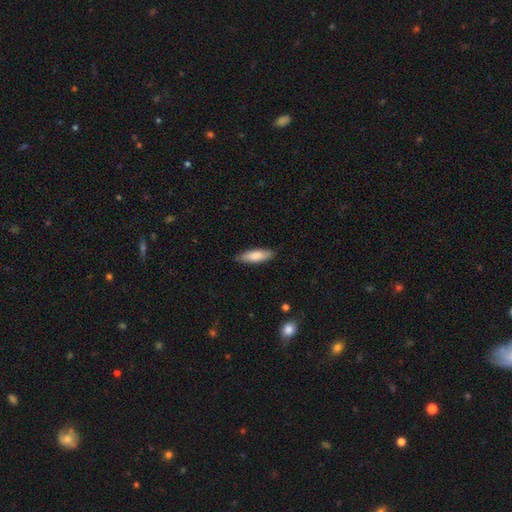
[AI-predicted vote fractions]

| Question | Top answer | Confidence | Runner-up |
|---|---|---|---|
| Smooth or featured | smooth | 82% | featured or disk (12%) |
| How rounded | in between | 54% | cigar-shaped (45%) |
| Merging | none | 85% | minor disturbance (12%) |